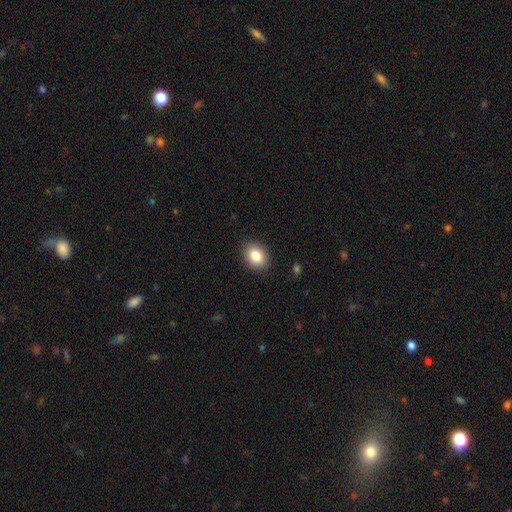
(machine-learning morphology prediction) Smooth or featured?
  - smooth: 84% *
  - star or artifact: 9%
  - featured or disk: 7%
How rounded?
  - in between: 61% *
  - round: 38%
  - cigar-shaped: 1%
Merging?
  - none: 88% *
  - minor disturbance: 9%
  - major disturbance: 2%
  - merger: 1%